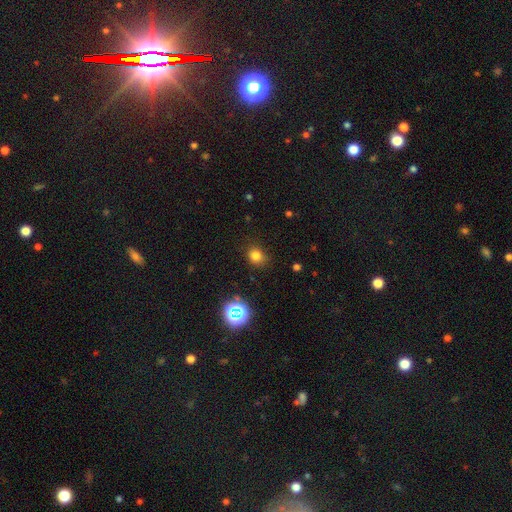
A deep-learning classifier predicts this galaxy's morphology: A smooth galaxy with no disk features (76%) that is round (72%).

Vote fractions:
- Smooth or featured? smooth: 76% / star or artifact: 18% / featured or disk: 6%
- How rounded? round: 72% / in between: 28% / cigar-shaped: 1%
- Merging? none: 82% / minor disturbance: 13% / major disturbance: 4% / merger: 1%